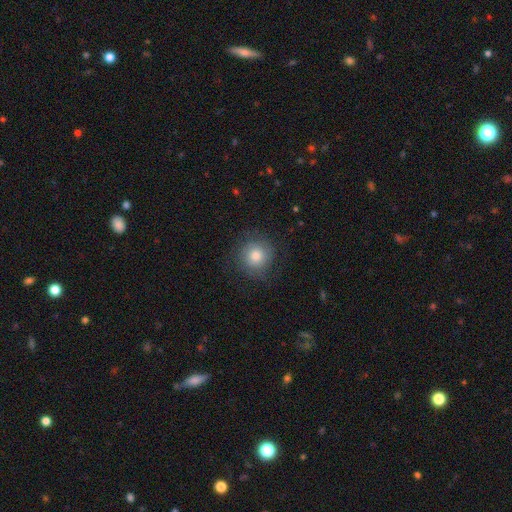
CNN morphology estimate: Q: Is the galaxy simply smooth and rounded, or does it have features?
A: smooth — 70%.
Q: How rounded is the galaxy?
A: round — 92%.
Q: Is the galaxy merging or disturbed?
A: none — 78%.